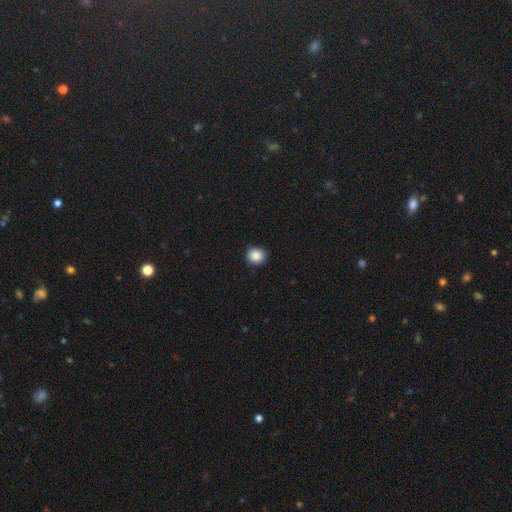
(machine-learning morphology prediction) Overall: smooth (88%). How rounded: round (87%). Merging: none (90%).